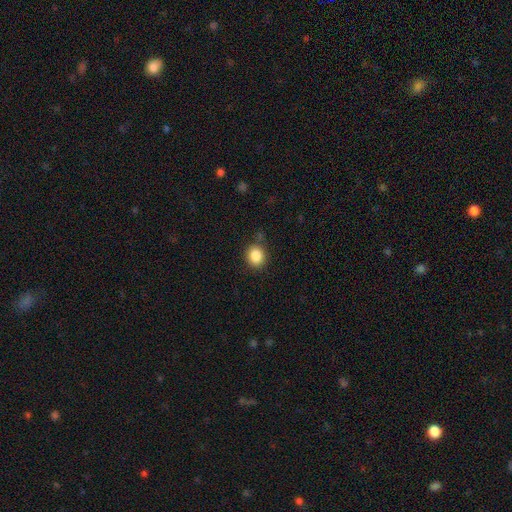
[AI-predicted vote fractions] Overall: smooth (86%). How rounded: round (77%). Merging: none (81%).